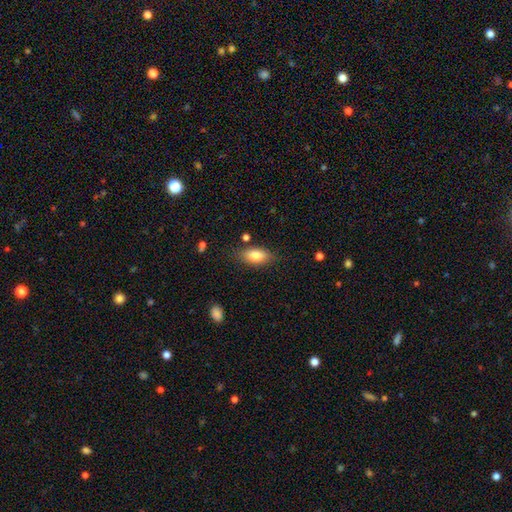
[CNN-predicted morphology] The model was most divided on "merging": none: 80%, minor disturbance: 14%, major disturbance: 3%, merger: 3%. More confident: how rounded — in between (87%); smooth or featured — smooth (81%).